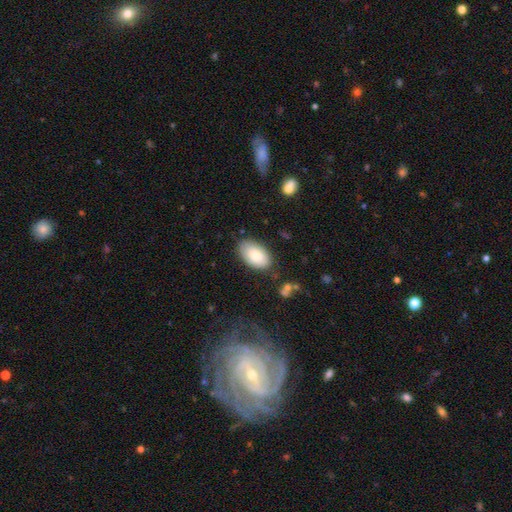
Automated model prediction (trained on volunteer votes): Smooth or featured? Predicted: smooth (p=0.82). How rounded? Predicted: in between (p=0.95). Merging? Predicted: none (p=0.81).